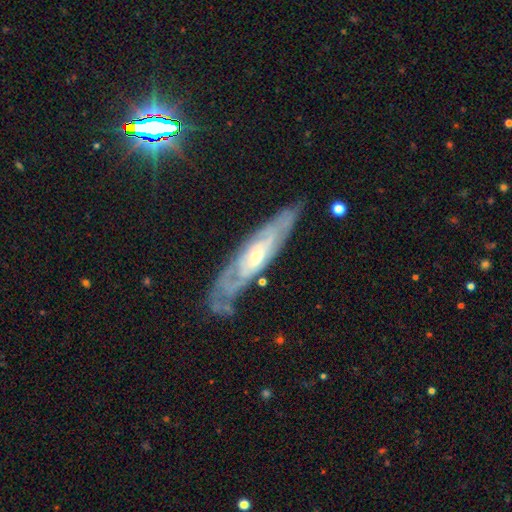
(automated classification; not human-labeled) A featured or disk galaxy (82%) with no bar (65%), spiral arms (86%) and a small central bulge (61%).

Vote fractions:
- Smooth or featured? featured or disk: 82% / smooth: 11% / star or artifact: 7%
- Edge-on disk? no: 70% / yes: 30%
- Bar? no: 65% / weak: 26% / strong: 9%
- Spiral arms? yes: 86% / no: 14%
- Bulge size? small: 61% / moderate: 36% / large: 2% / none: 1% / dominant: 1%
- Merging? none: 74% / minor disturbance: 18% / major disturbance: 6% / merger: 2%